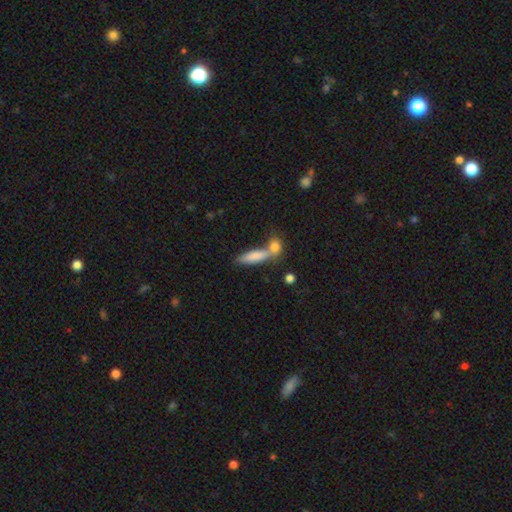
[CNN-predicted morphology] type=smooth (77%); roundness=cigar-shaped (61%); merging=none (46%).